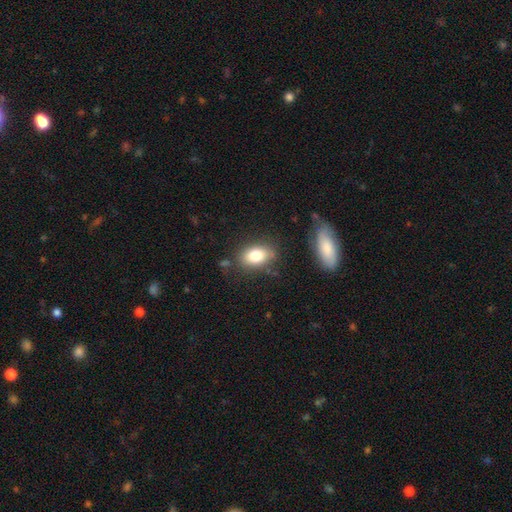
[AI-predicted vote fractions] smooth_or_featured: smooth (p=0.80) [alt: featured or disk p=0.11]
how_rounded: in between (p=0.82) [alt: round p=0.16]
merging: none (p=0.79) [alt: minor disturbance p=0.14]